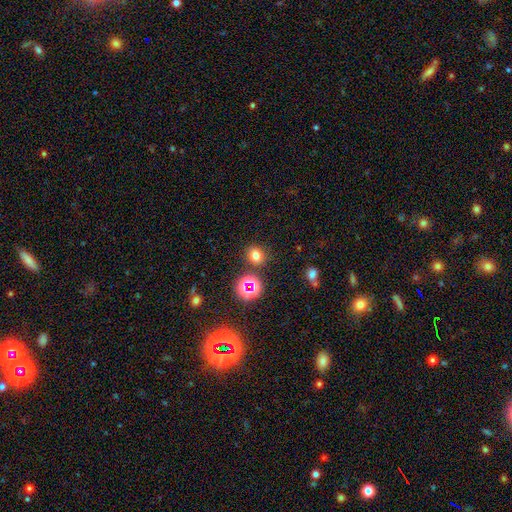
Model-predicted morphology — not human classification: type=smooth (72%); roundness=round (76%); merging=none (83%).